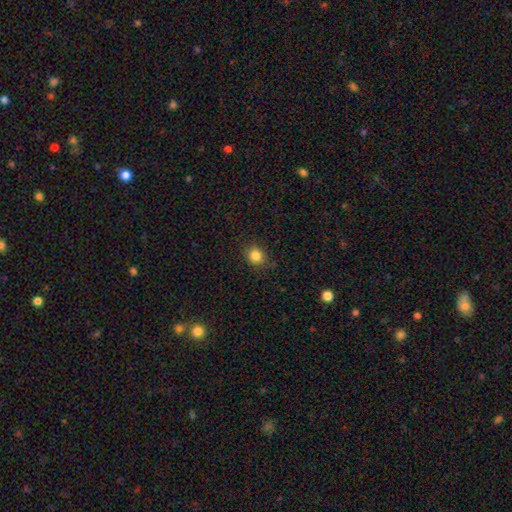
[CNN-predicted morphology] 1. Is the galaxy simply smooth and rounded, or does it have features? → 84% smooth, 11% star or artifact, 4% featured or disk.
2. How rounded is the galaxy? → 77% round, 22% in between, 1% cigar-shaped.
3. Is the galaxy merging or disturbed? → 86% none, 10% minor disturbance, 3% major disturbance, 1% merger.